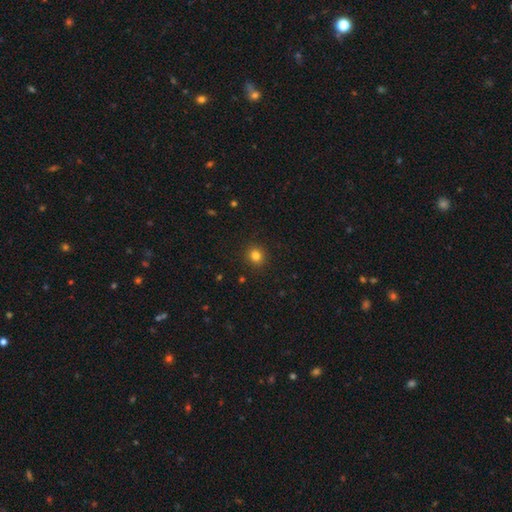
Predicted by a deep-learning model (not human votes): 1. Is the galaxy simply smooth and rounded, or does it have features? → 82% smooth, 13% star or artifact, 5% featured or disk.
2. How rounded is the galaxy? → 83% round, 16% in between, 1% cigar-shaped.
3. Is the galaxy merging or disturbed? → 91% none, 6% minor disturbance, 2% major disturbance, 1% merger.